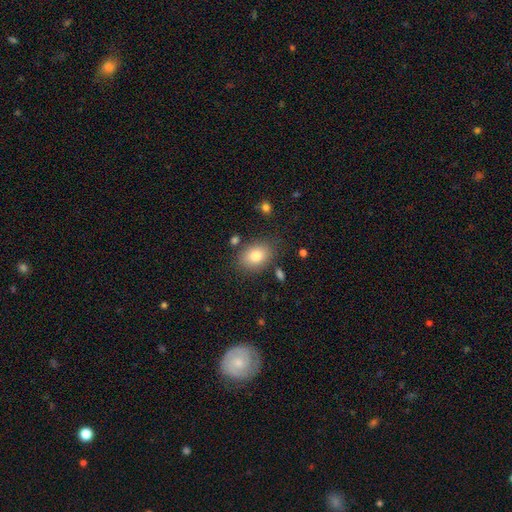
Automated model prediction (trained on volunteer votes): Smooth or featured? smooth (81%)
How rounded? in between (73%)
Merging? none (79%)